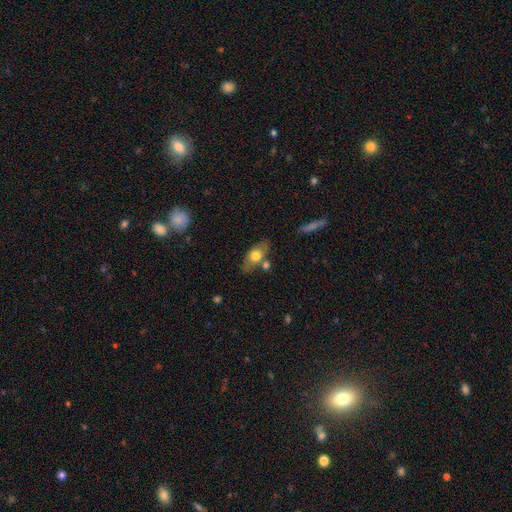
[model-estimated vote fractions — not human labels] A smooth galaxy with no disk features (64%) that is in between round and cigar-shaped (81%). Merging: none (70%).